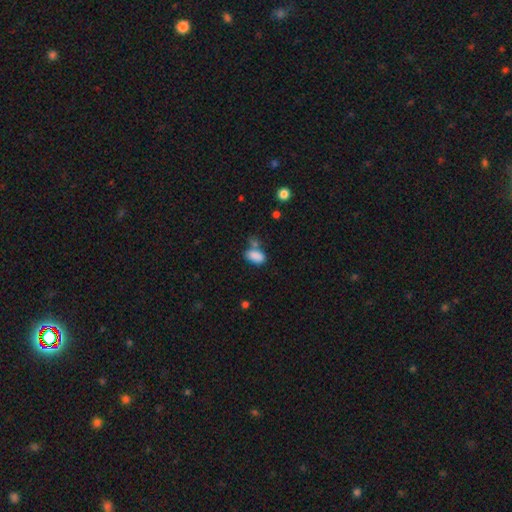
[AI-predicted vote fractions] Q: Smooth or featured?
A: smooth (84%); runner-up: star or artifact (10%)
Q: How rounded?
A: in between (90%); runner-up: round (8%)
Q: Merging?
A: none (48%); runner-up: merger (26%)